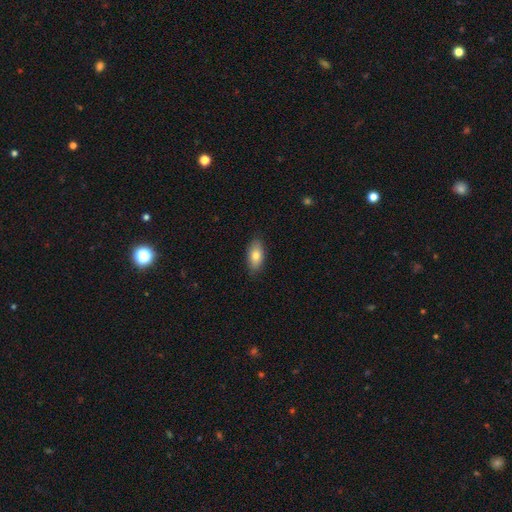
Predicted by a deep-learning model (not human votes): This appears to be a smooth galaxy with no disk features (79%) that is in between round and cigar-shaped (89%). Merging: none (86%).